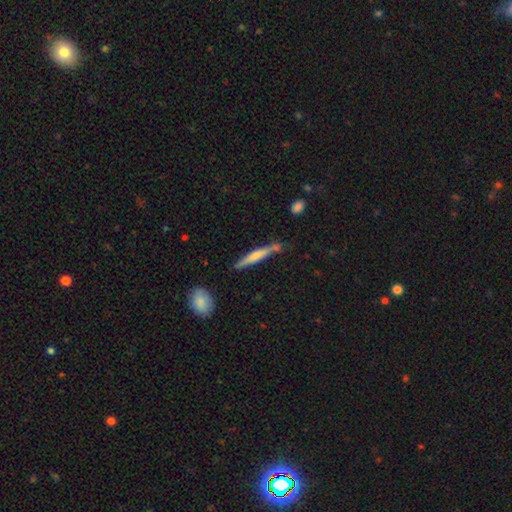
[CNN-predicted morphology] Smooth or featured? Predicted: smooth (p=0.57). How rounded? Predicted: cigar-shaped (p=0.93). Merging? Predicted: none (p=0.70).